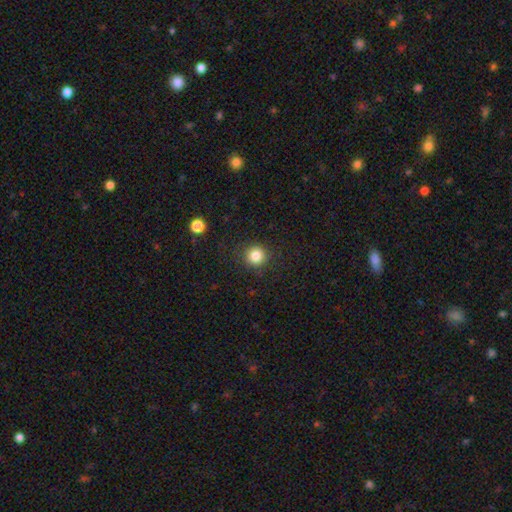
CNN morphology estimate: Smooth or featured? smooth (83%)
How rounded? round (93%)
Merging? none (89%)